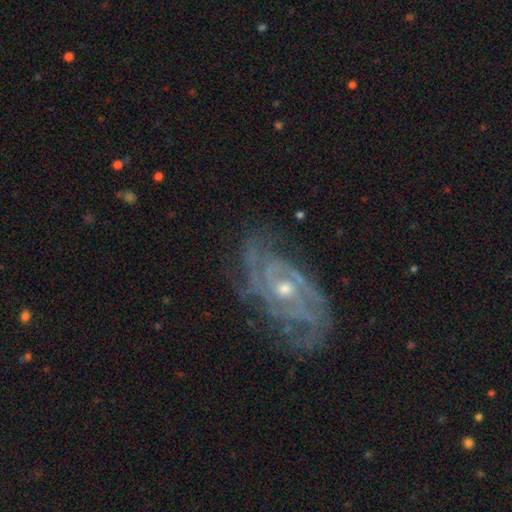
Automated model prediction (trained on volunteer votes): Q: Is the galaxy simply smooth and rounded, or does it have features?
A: featured or disk — 89%.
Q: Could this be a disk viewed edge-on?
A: no — 96%.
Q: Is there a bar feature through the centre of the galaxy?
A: no — 68%.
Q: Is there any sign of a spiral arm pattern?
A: yes — 96%.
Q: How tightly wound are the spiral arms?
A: tight — 59%.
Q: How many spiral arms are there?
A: can't tell — 26%.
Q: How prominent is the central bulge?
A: moderate — 54%.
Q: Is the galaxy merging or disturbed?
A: none — 70%.